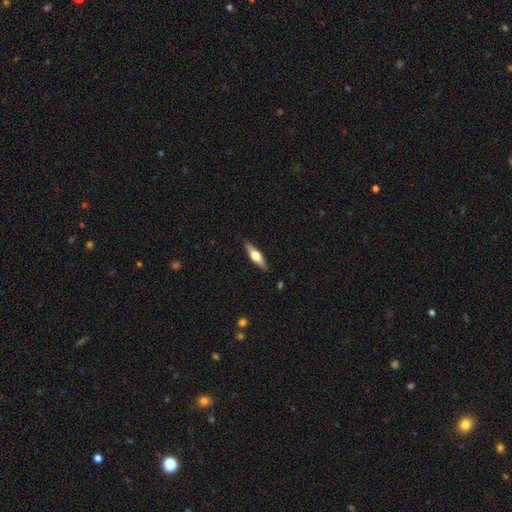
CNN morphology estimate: This appears to be a featured or disk galaxy (53%) viewed edge-on (93%). Merging: none (88%).